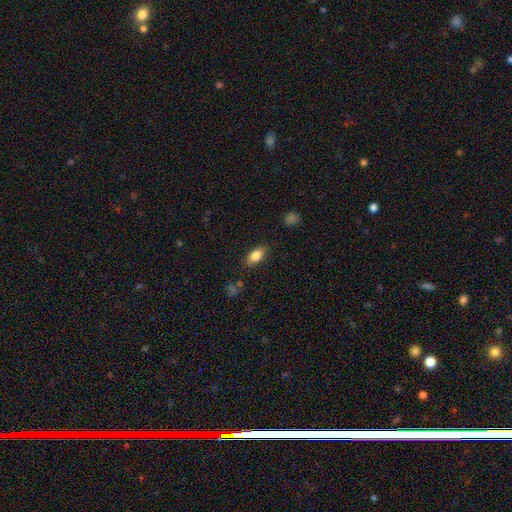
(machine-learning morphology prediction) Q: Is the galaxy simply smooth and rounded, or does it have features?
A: smooth — 82%.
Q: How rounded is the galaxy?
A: in between — 89%.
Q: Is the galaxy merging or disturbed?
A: none — 85%.